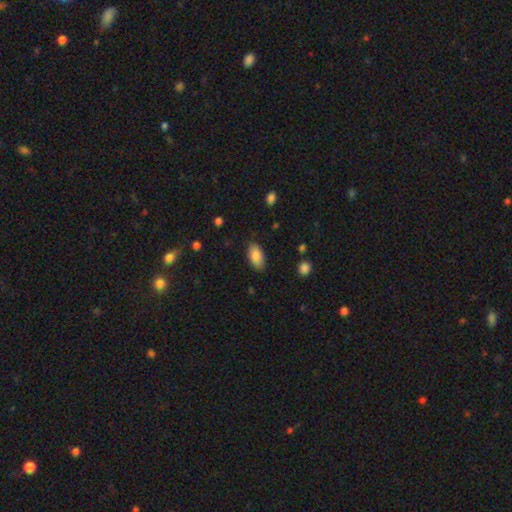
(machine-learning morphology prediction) Smooth or featured?
  - smooth: 85% *
  - featured or disk: 8%
  - star or artifact: 7%
How rounded?
  - in between: 94% *
  - cigar-shaped: 3%
  - round: 3%
Merging?
  - none: 84% *
  - minor disturbance: 12%
  - major disturbance: 3%
  - merger: 1%